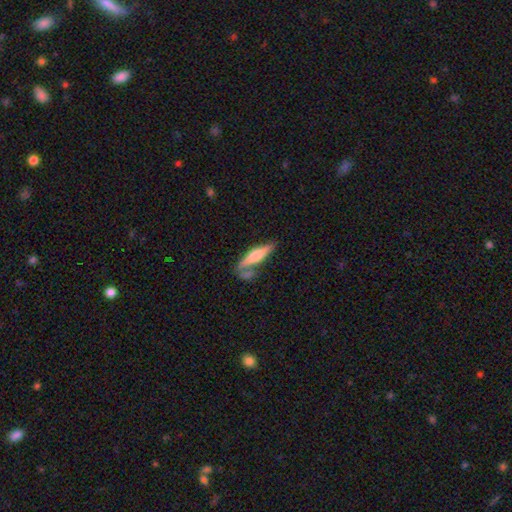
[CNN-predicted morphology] type=smooth (52%); roundness=cigar-shaped (78%); merging=none (58%).